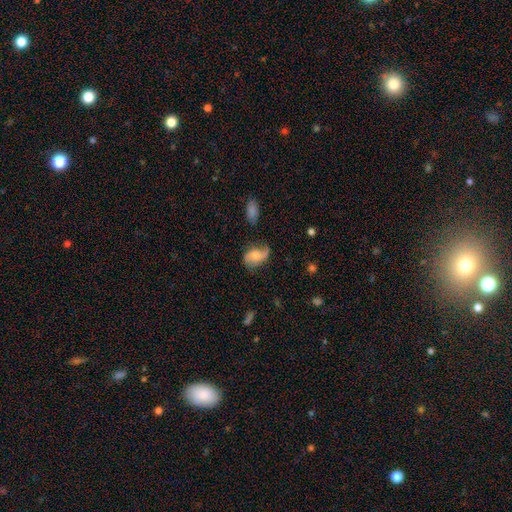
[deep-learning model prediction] Smooth or featured?
  - featured or disk: 64% *
  - smooth: 29%
  - star or artifact: 8%
Edge-on disk?
  - no: 96% *
  - yes: 4%
Bar?
  - no: 61% *
  - weak: 32%
  - strong: 7%
Spiral arms?
  - yes: 91% *
  - no: 9%
Spiral winding?
  - loose: 60% *
  - medium: 30%
  - tight: 10%
Spiral arm count?
  - 2: 79% *
  - 1: 13%
  - can't tell: 5%
  - 3: 2%
  - 4: 1%
  - more than 4: 1%
Bulge size?
  - moderate: 47% *
  - small: 30%
  - none: 11%
  - large: 10%
  - dominant: 2%
Merging?
  - none: 57% *
  - minor disturbance: 26%
  - major disturbance: 14%
  - merger: 3%